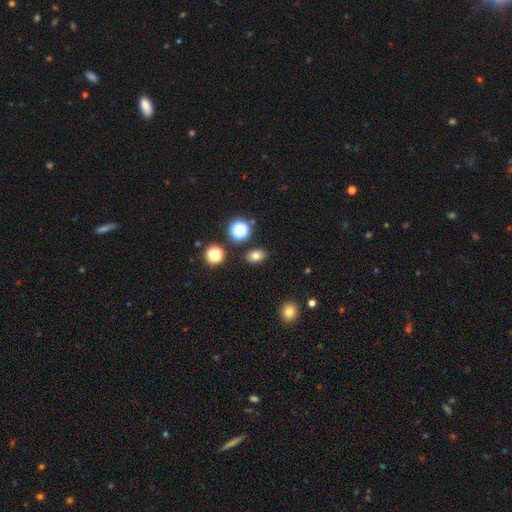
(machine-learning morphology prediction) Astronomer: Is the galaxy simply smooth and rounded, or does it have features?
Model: smooth — 76%.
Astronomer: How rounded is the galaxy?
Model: in between — 73%.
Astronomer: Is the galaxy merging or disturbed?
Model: none — 85%.